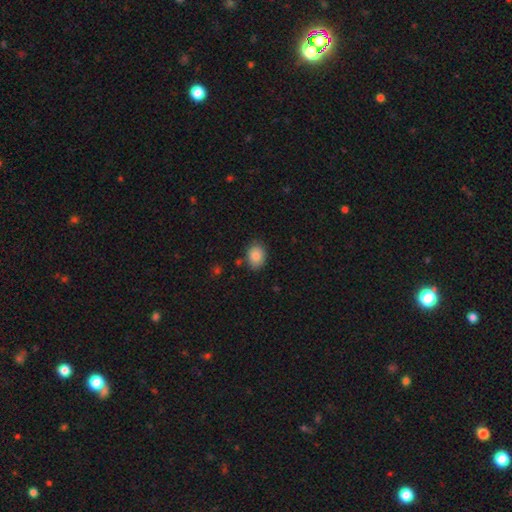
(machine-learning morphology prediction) Overall: smooth (87%). How rounded: in between (64%; round 35%). Merging: none (80%).